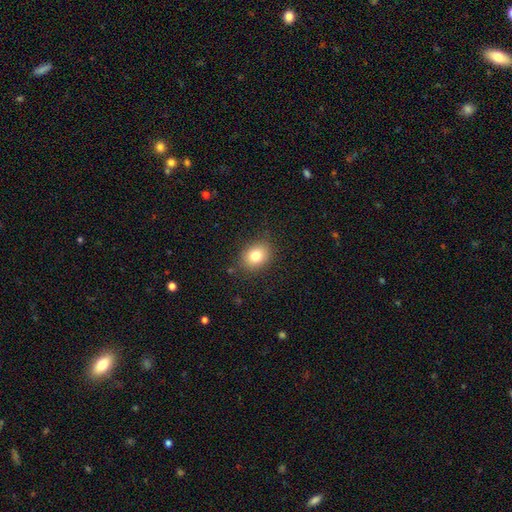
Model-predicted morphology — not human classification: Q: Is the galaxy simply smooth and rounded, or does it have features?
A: smooth — 79%.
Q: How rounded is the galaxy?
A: round — 50%.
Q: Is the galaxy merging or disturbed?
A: none — 84%.